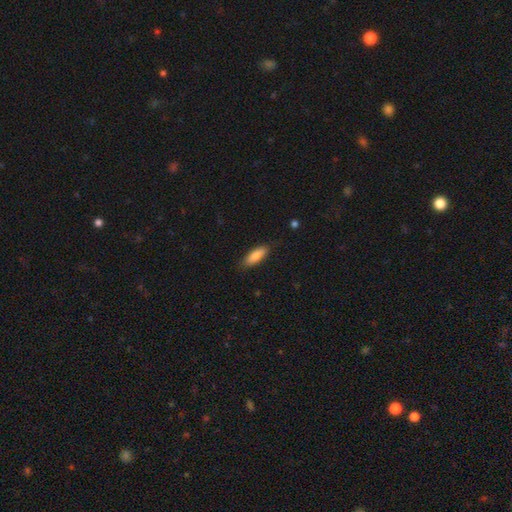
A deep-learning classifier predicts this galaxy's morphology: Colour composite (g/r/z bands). It shows a smooth galaxy with no disk features (83%) that is in between round and cigar-shaped (69%). Merging: none (82%).